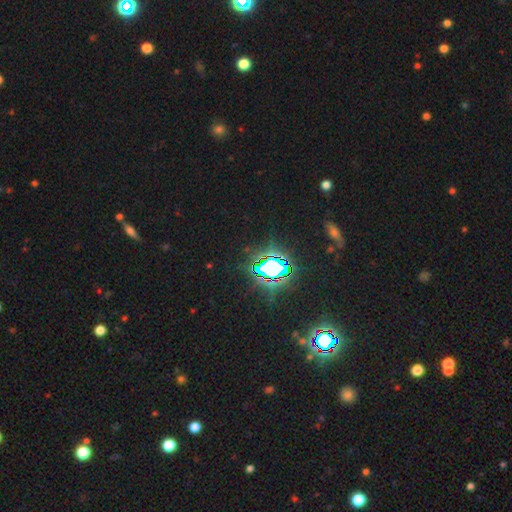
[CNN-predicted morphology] A star or artifact, not a galaxy (83%).

Vote fractions:
- Smooth or featured? star or artifact: 83% / smooth: 10% / featured or disk: 7%